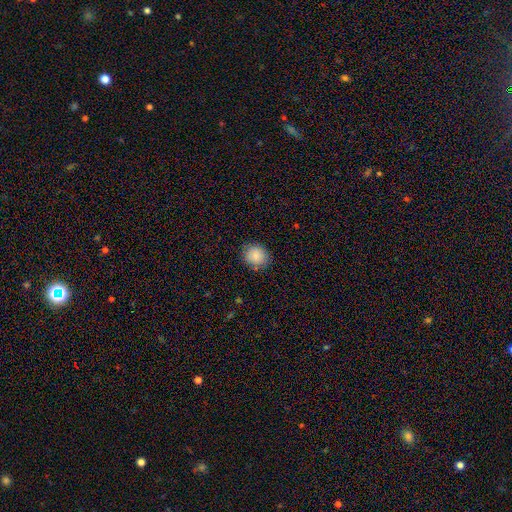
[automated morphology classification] smooth_or_featured: smooth (p=0.86) [alt: star or artifact p=0.08]
how_rounded: round (p=0.74) [alt: in between p=0.25]
merging: none (p=0.85) [alt: minor disturbance p=0.11]